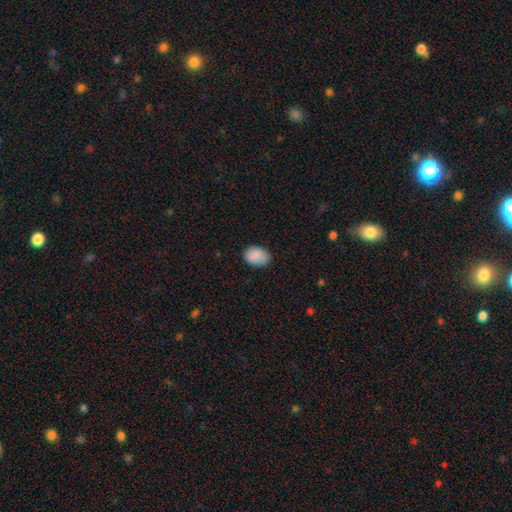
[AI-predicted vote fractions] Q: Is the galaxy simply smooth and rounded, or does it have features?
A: smooth — 89%.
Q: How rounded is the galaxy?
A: in between — 74%.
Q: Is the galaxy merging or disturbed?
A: none — 80%.